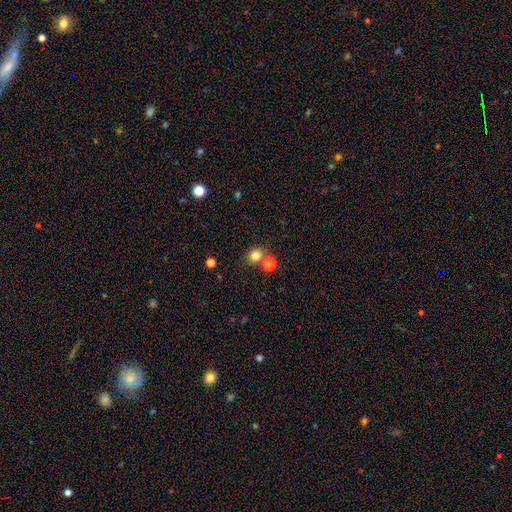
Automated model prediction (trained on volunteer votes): The model was most divided on "how rounded": round: 75%, in between: 24%, cigar-shaped: 1%. More confident: smooth or featured — smooth (80%); merging — none (71%).